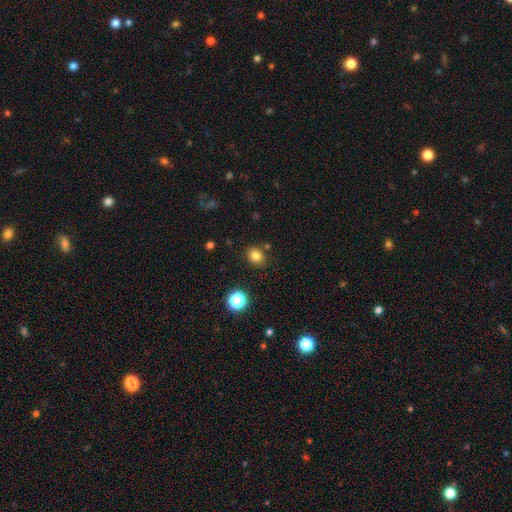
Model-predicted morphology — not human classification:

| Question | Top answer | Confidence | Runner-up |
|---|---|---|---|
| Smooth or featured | smooth | 80% | star or artifact (14%) |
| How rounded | round | 55% | in between (44%) |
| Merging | none | 81% | minor disturbance (12%) |